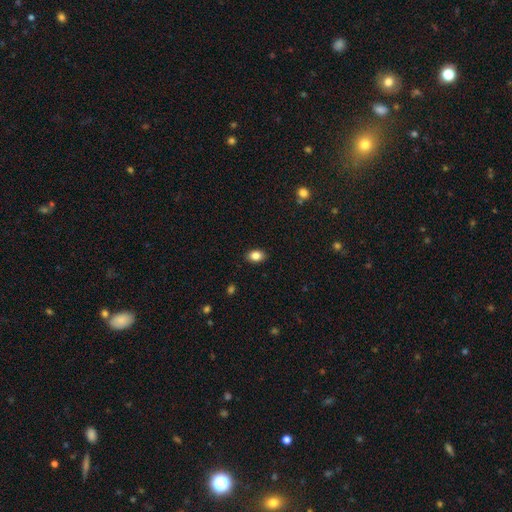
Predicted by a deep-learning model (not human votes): smooth_or_featured: smooth (p=0.85) [alt: star or artifact p=0.09]
how_rounded: in between (p=0.78) [alt: round p=0.20]
merging: none (p=0.88) [alt: minor disturbance p=0.09]